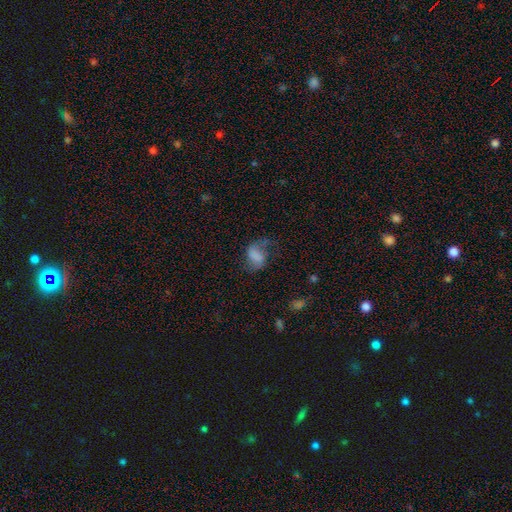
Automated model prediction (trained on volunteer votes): Smooth or featured: smooth — 48% (featured or disk — 40%)
Merging: none — 42% (major disturbance — 31%)